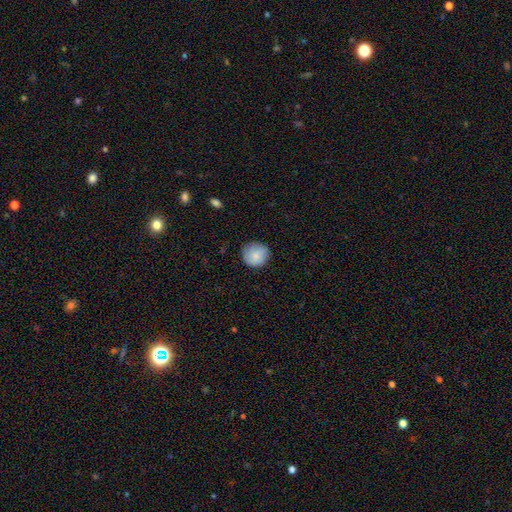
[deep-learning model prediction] A smooth galaxy with no disk features (87%) that is round (92%). Merging: none (85%).